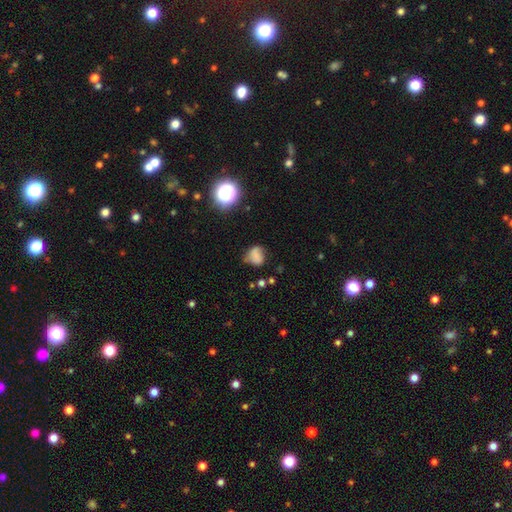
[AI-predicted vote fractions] smooth-or-featured: smooth: 69% | featured or disk: 17% | star or artifact: 14%
  how-rounded: round: 57% | in between: 41% | cigar-shaped: 1%
  merging: none: 49% | minor disturbance: 33% | major disturbance: 13% | merger: 5%